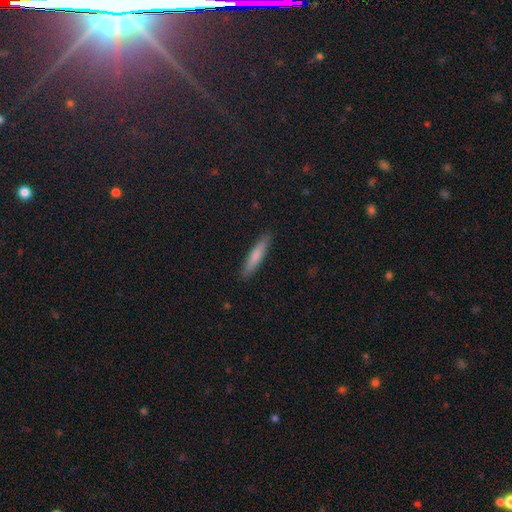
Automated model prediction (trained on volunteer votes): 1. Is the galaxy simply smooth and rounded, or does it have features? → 76% smooth, 18% featured or disk, 5% star or artifact.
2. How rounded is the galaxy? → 87% cigar-shaped, 11% in between, 1% round.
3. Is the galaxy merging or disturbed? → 89% none, 8% minor disturbance, 2% major disturbance, 1% merger.